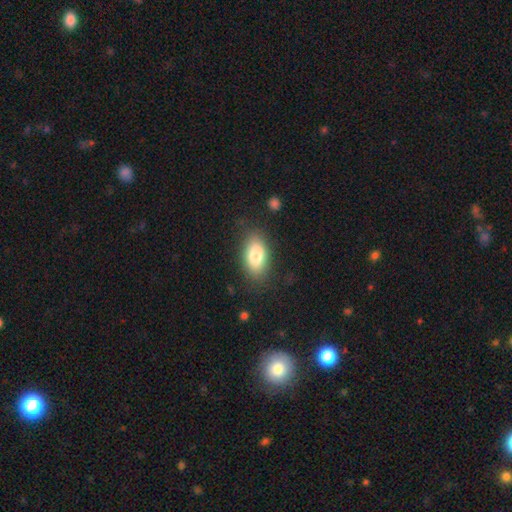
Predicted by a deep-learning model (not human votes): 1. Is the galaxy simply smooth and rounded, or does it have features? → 81% smooth, 12% featured or disk, 7% star or artifact.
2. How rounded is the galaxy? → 91% in between, 6% round, 3% cigar-shaped.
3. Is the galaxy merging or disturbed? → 82% none, 12% minor disturbance, 5% major disturbance, 1% merger.